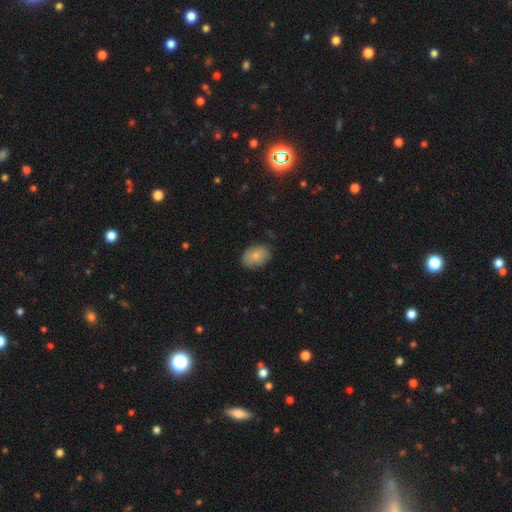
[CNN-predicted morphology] A smooth galaxy with no disk features (79%) that is in between round and cigar-shaped (82%). Merging: none (80%).